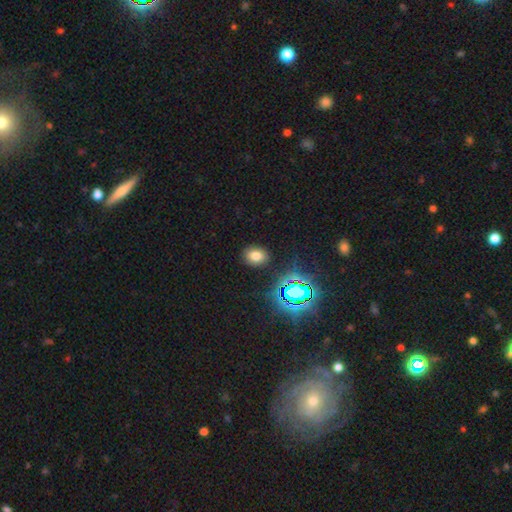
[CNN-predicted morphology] This appears to be a smooth galaxy with no disk features (70%) that is in between round and cigar-shaped (58%). Merging: none (87%).